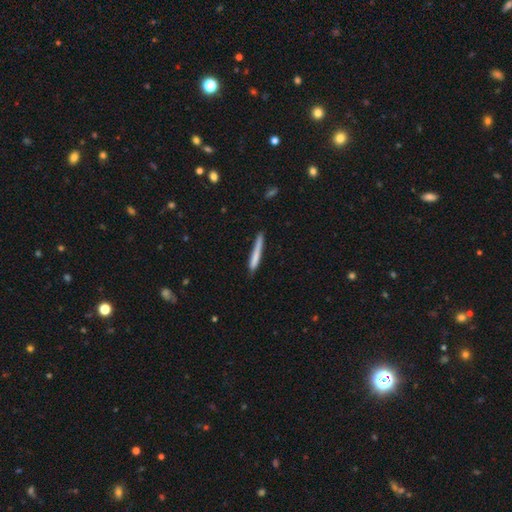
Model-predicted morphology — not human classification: This is likely a smooth galaxy (73%). How rounded: clearly cigar-shaped (96%). Merging: likely none (79%).